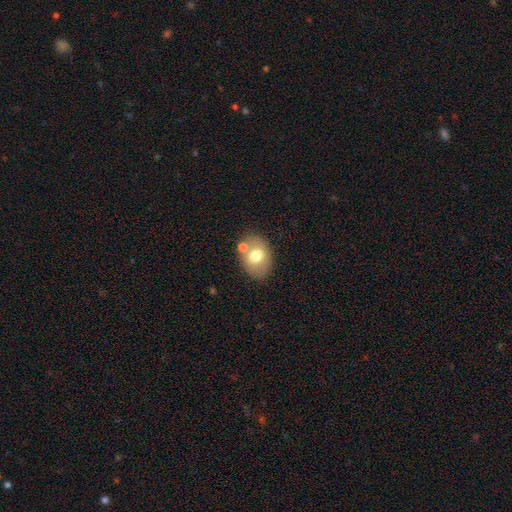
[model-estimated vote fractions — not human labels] The model was most divided on "smooth or featured": smooth: 66%, featured or disk: 25%, star or artifact: 8%. More confident: how rounded — in between (71%); merging — none (68%).